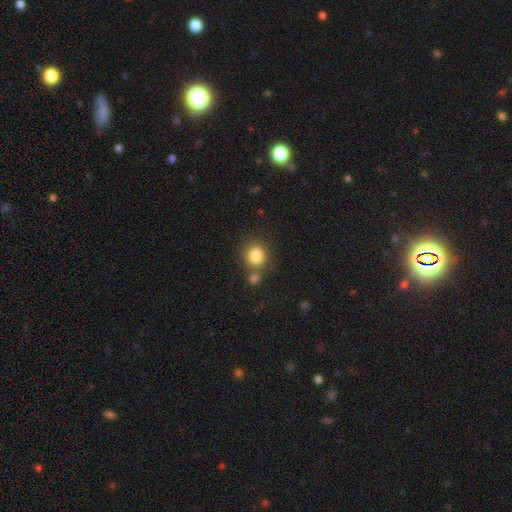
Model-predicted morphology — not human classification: Q: Smooth or featured?
A: smooth (83%); runner-up: star or artifact (11%)
Q: How rounded?
A: round (83%); runner-up: in between (16%)
Q: Merging?
A: none (65%); runner-up: merger (20%)